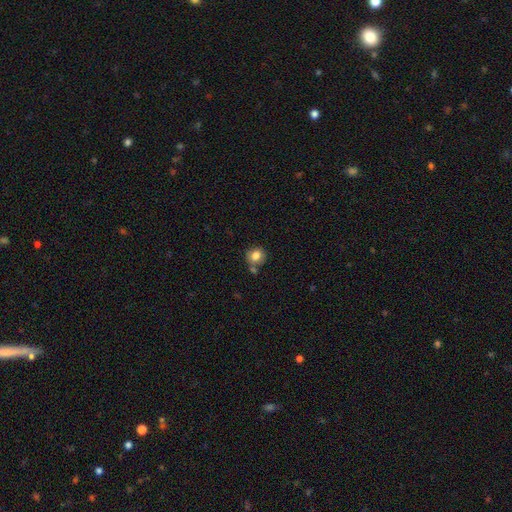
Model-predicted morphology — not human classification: The model was most divided on "merging": none: 64%, minor disturbance: 17%, merger: 15%, major disturbance: 4%. More confident: how rounded — round (83%); smooth or featured — smooth (79%).